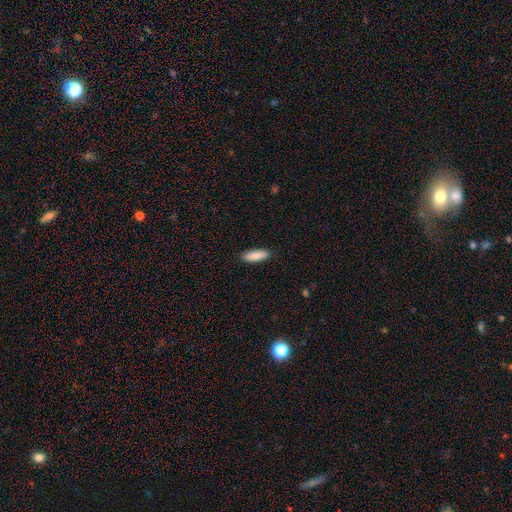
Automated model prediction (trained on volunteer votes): Smooth or featured: smooth — 89% (star or artifact — 6%)
How rounded: in between — 54% (cigar-shaped — 44%)
Merging: none — 90% (minor disturbance — 8%)